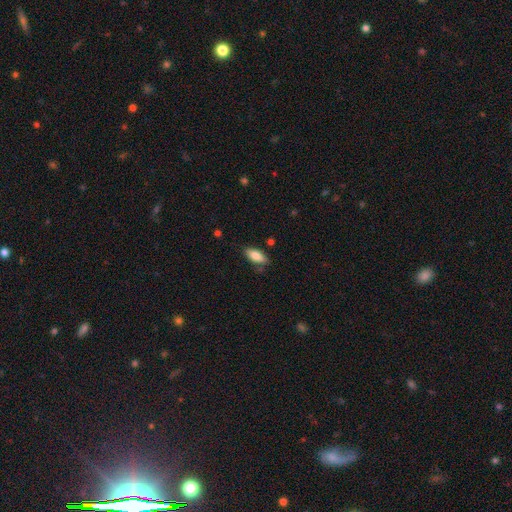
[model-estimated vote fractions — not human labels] This is clearly a smooth galaxy (83%). How rounded: clearly in between (82%). Merging: likely none (80%).